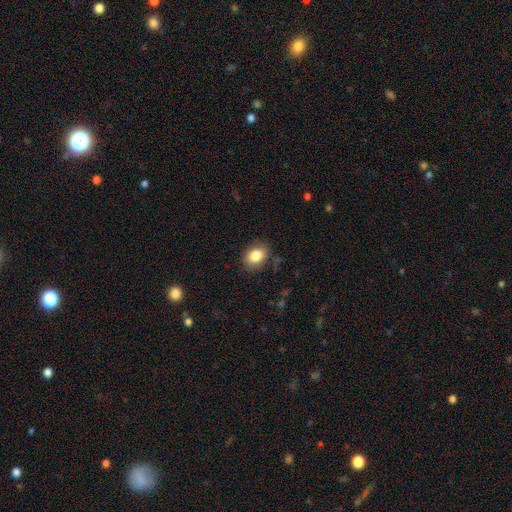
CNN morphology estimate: type=smooth (84%); roundness=in between (69%); merging=none (84%).